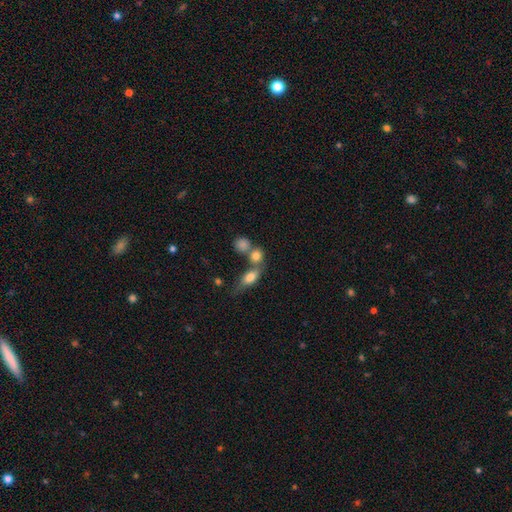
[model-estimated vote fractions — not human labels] Overall: smooth (80%). How rounded: round (56%; in between 40%). Merging: merger (46%; none 39%).